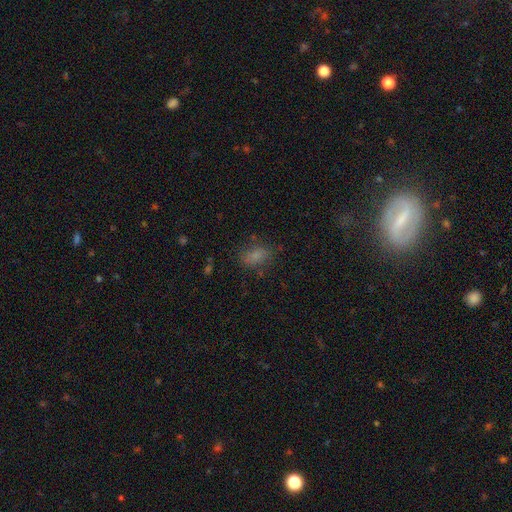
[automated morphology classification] A smooth galaxy with no disk features (78%) that is in between round and cigar-shaped (83%).

Vote fractions:
- Smooth or featured? smooth: 78% / star or artifact: 13% / featured or disk: 8%
- How rounded? in between: 83% / round: 14% / cigar-shaped: 3%
- Merging? none: 72% / minor disturbance: 18% / major disturbance: 7% / merger: 3%